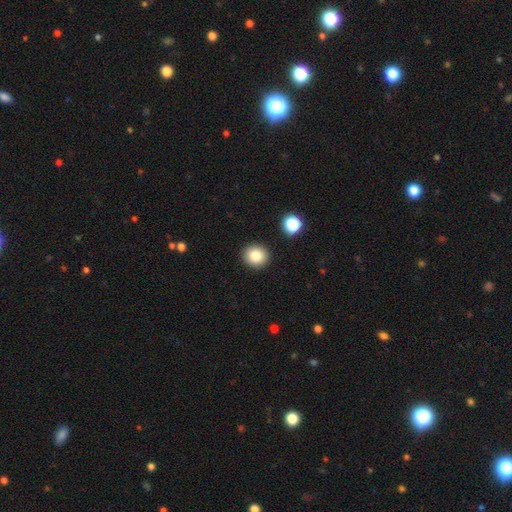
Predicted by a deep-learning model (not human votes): Smooth or featured?
  - smooth: 84% *
  - star or artifact: 11%
  - featured or disk: 6%
How rounded?
  - round: 87% *
  - in between: 12%
  - cigar-shaped: 1%
Merging?
  - none: 90% *
  - minor disturbance: 6%
  - merger: 2%
  - major disturbance: 2%